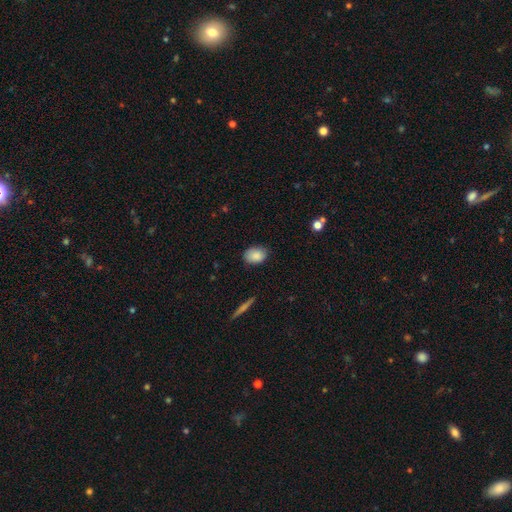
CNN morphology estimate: Smooth or featured? Predicted: smooth (p=0.86). How rounded? Predicted: in between (p=0.77). Merging? Predicted: none (p=0.79).